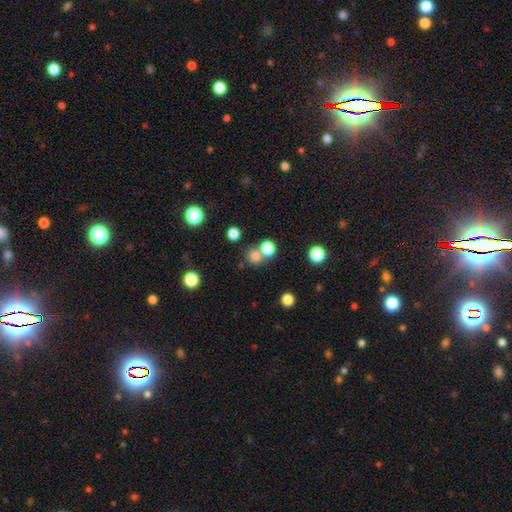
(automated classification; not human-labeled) Smooth or featured? Predicted: smooth (p=0.76). How rounded? Predicted: round (p=0.87). Merging? Predicted: none (p=0.56).